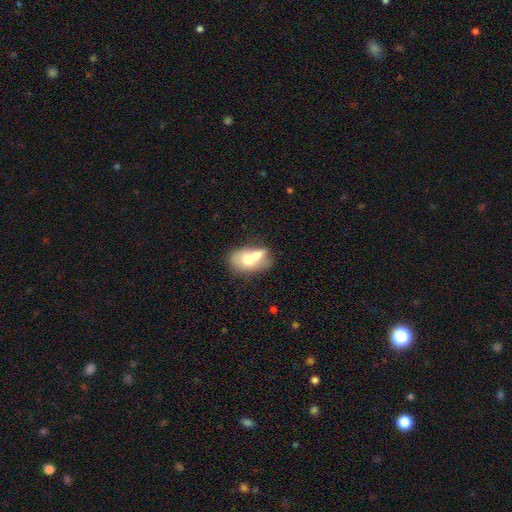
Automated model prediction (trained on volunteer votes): smooth 61%, featured or disk 31%, star or artifact 8%. Down the decision tree: how rounded — in between (75%); merging — merger (67%).